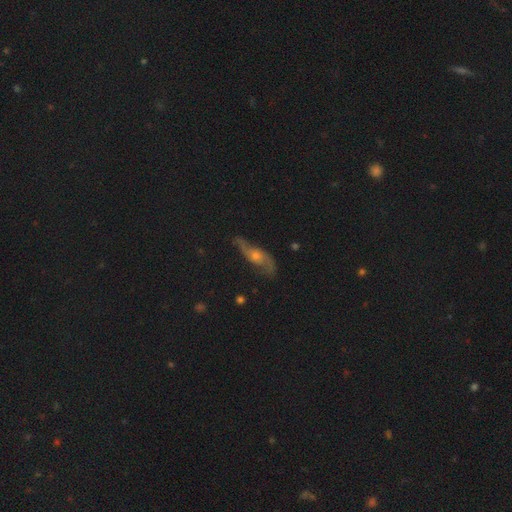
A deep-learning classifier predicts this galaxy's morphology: This is likely a featured or disk galaxy (75%). It is clearly not viewed edge-on (82%). Bar: likely no (71%). Spiral arm pattern: clearly yes (91%). Spiral arm count: clearly 2 (87%). Spiral winding: possibly loose (54%). Central bulge: possibly moderate (47%). Merging: likely none (71%).